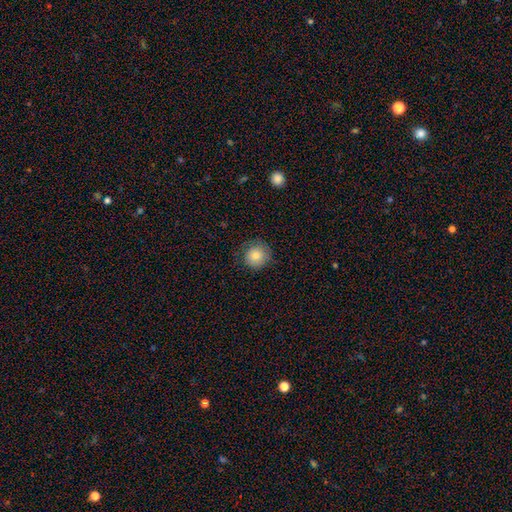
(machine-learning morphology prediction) A smooth galaxy with no disk features (82%) that is round (92%). Merging: none (78%).